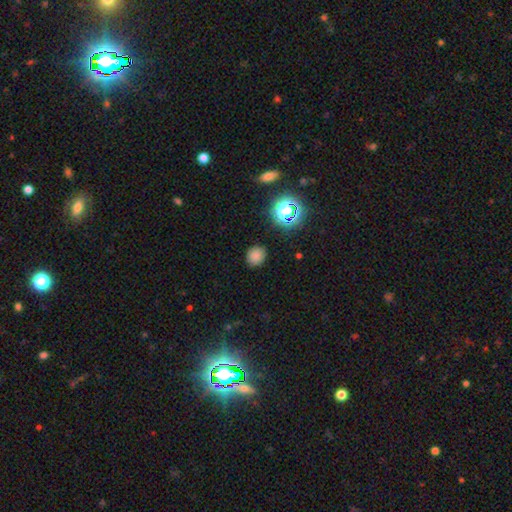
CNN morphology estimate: Smooth or featured? smooth (77%)
How rounded? round (82%)
Merging? none (86%)